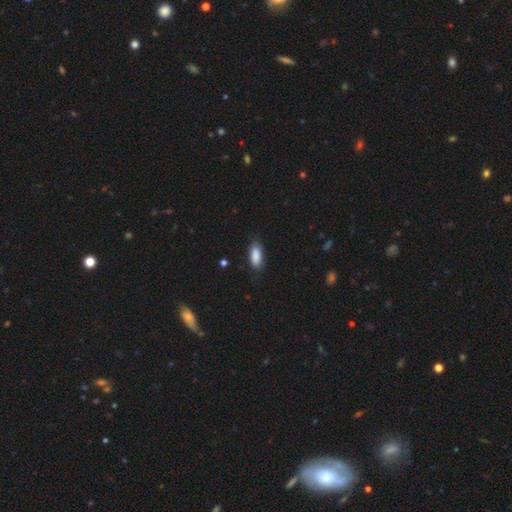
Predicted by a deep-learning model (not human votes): Overall: smooth (87%). How rounded: in between (81%). Merging: none (76%).